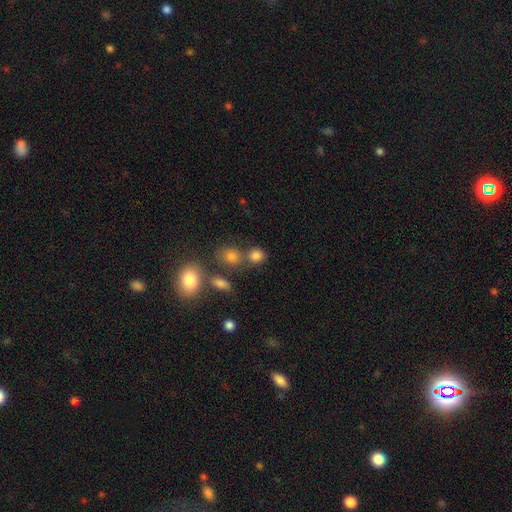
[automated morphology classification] smooth 80%, star or artifact 13%, featured or disk 7%. Down the decision tree: how rounded — round (73%); merging — none (60%).